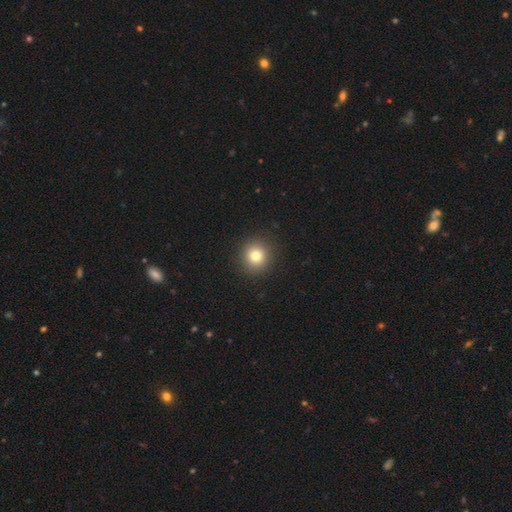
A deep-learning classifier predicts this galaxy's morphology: Smooth or featured?
  - smooth: 79% *
  - star or artifact: 13%
  - featured or disk: 8%
How rounded?
  - round: 91% *
  - in between: 8%
  - cigar-shaped: 1%
Merging?
  - none: 91% *
  - minor disturbance: 5%
  - major disturbance: 2%
  - merger: 1%